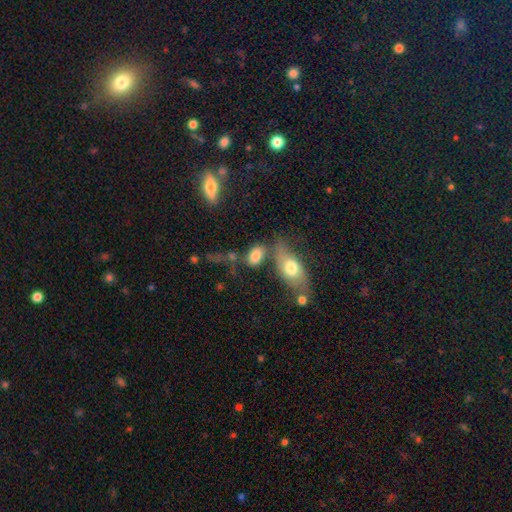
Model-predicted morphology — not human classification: The model was most divided on "merging": none: 48%, merger: 26%, minor disturbance: 16%, major disturbance: 10%. More confident: how rounded — in between (87%); smooth or featured — smooth (78%).